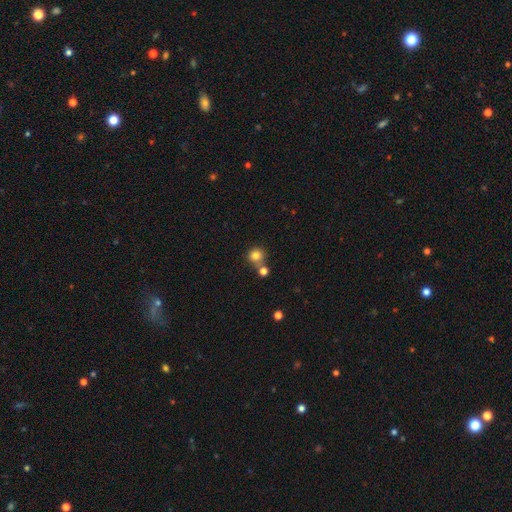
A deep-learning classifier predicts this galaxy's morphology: smooth_or_featured: smooth (p=0.81) [alt: star or artifact p=0.12]
how_rounded: round (p=0.91) [alt: in between p=0.08]
merging: none (p=0.63) [alt: merger p=0.25]